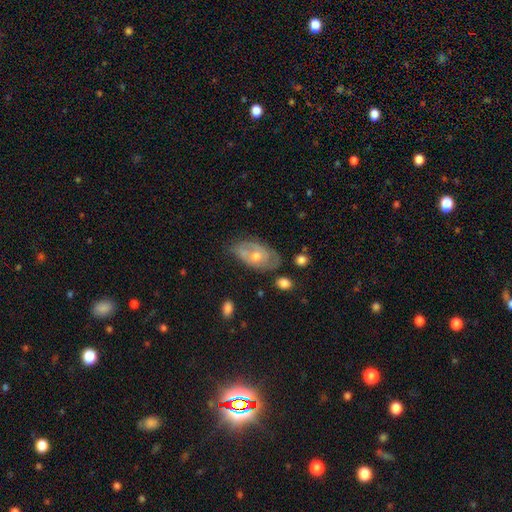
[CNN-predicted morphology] Q: Smooth or featured?
A: featured or disk (59%); runner-up: smooth (33%)
Q: Edge-on disk?
A: no (91%); runner-up: yes (9%)
Q: Bar?
A: no (80%); runner-up: weak (17%)
Q: Spiral arms?
A: yes (57%); runner-up: no (43%)
Q: Bulge size?
A: moderate (58%); runner-up: small (36%)
Q: Merging?
A: none (54%); runner-up: minor disturbance (30%)